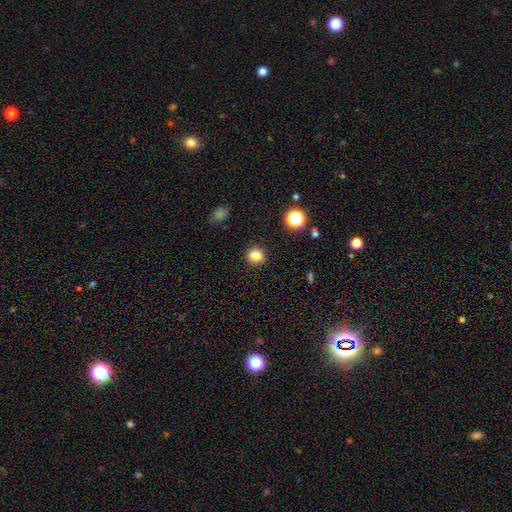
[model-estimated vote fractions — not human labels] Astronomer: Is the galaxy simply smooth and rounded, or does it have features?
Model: smooth — 82%.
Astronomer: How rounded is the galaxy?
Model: round — 78%.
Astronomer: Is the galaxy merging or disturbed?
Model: none — 90%.